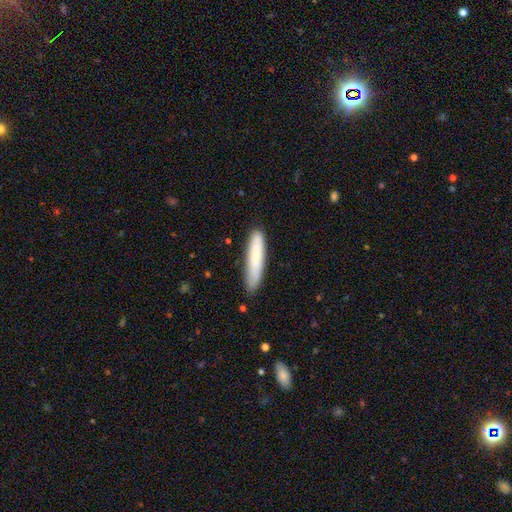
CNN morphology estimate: Q: Smooth or featured?
A: smooth (80%); runner-up: featured or disk (14%)
Q: How rounded?
A: cigar-shaped (87%); runner-up: in between (11%)
Q: Merging?
A: none (83%); runner-up: minor disturbance (13%)